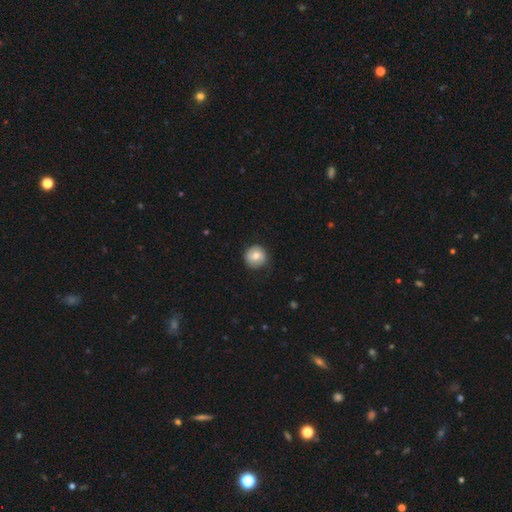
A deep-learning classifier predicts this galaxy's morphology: Smooth or featured: smooth — 71% (featured or disk — 21%)
How rounded: round — 94% (in between — 5%)
Merging: none — 83% (minor disturbance — 13%)